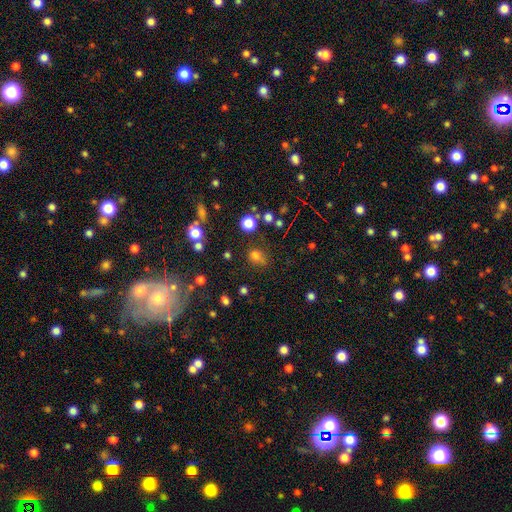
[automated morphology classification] This appears to be a smooth galaxy with no disk features (69%) that is round (53%). Merging: none (59%).